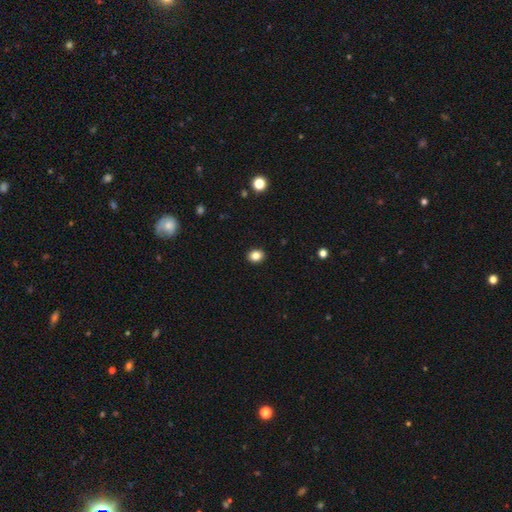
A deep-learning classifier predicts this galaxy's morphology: Overall: smooth (85%). How rounded: in between (51%; round 48%). Merging: none (91%).